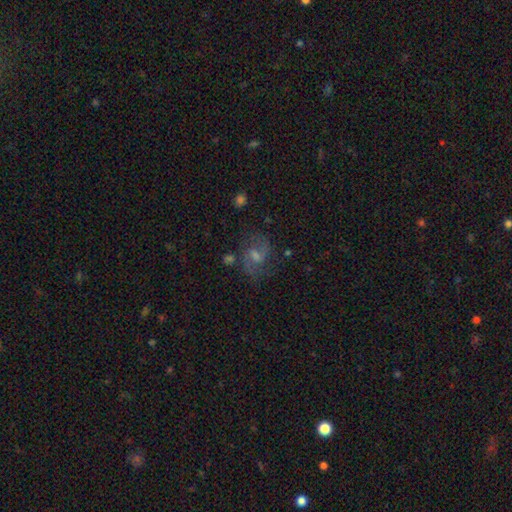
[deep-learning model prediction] Morphology: type=featured or disk (71%); edge-on=no (97%); bar=weak (53%); spiral arms=yes (93%); winding=medium (54%); arm count=2 (87%); bulge=moderate (47%); merging=none (75%).